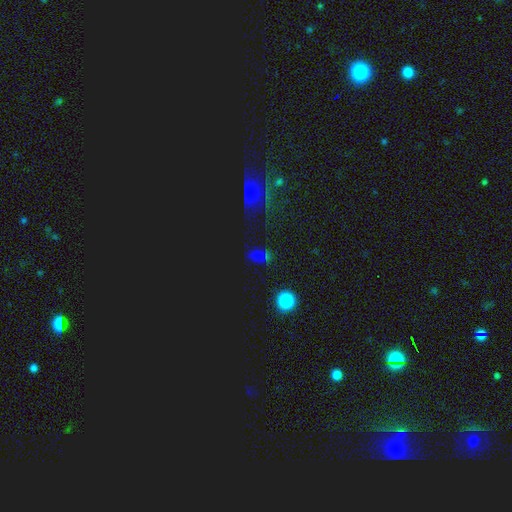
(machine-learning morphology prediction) star or artifact 57%, smooth 34%, featured or disk 8%.